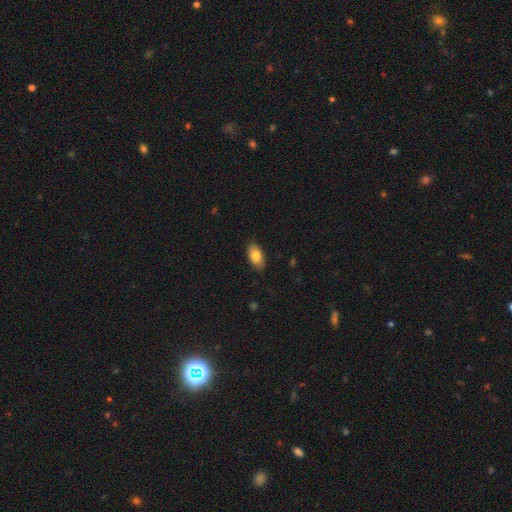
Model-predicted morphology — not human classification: Smooth or featured: smooth — 81% (featured or disk — 12%)
How rounded: in between — 93% (round — 4%)
Merging: none — 87% (minor disturbance — 10%)